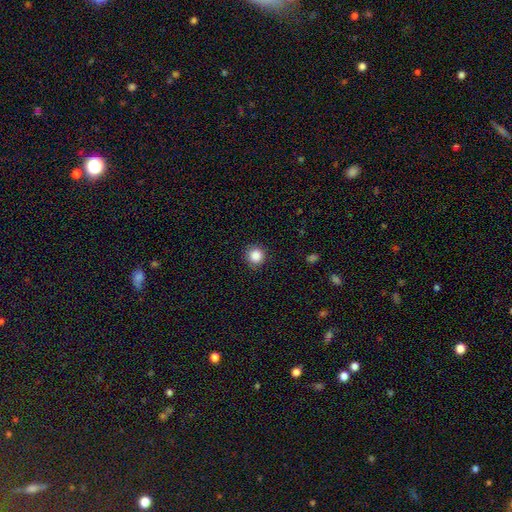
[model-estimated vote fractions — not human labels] This appears to be a smooth galaxy with no disk features (87%) that is round (94%). Merging: none (90%).